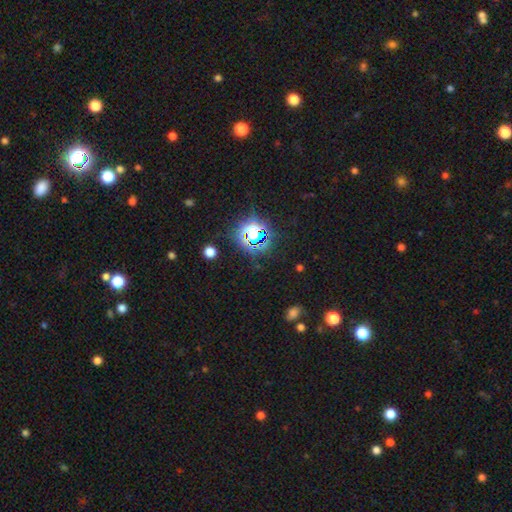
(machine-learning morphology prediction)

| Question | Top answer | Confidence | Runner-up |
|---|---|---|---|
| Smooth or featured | star or artifact | 78% | smooth (14%) |